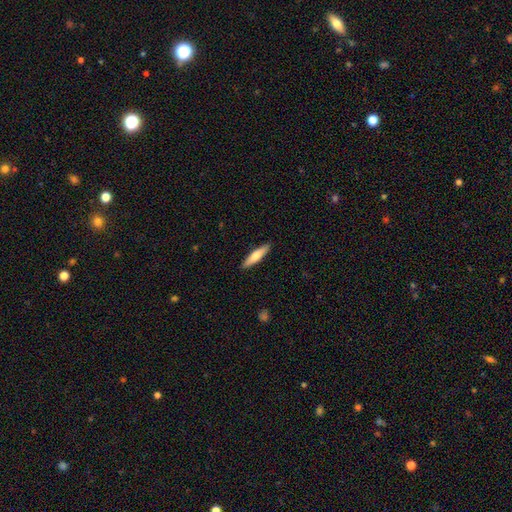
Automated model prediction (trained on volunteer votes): Overall: smooth (63%; featured or disk 32%). How rounded: cigar-shaped (80%). Merging: none (91%).